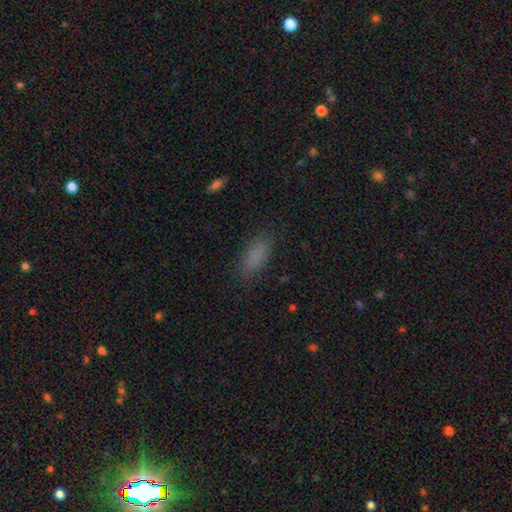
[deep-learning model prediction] The model was most divided on "how rounded": in between: 84%, cigar-shaped: 13%, round: 3%. More confident: smooth or featured — smooth (83%); merging — none (83%).